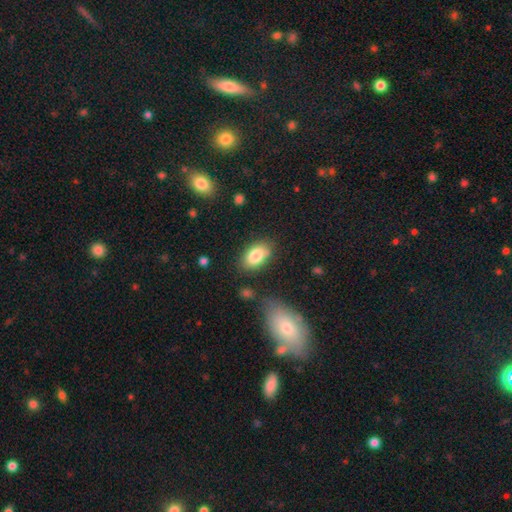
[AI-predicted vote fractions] Smooth or featured: smooth — 83% (featured or disk — 10%)
How rounded: in between — 92% (round — 7%)
Merging: none — 76% (minor disturbance — 16%)